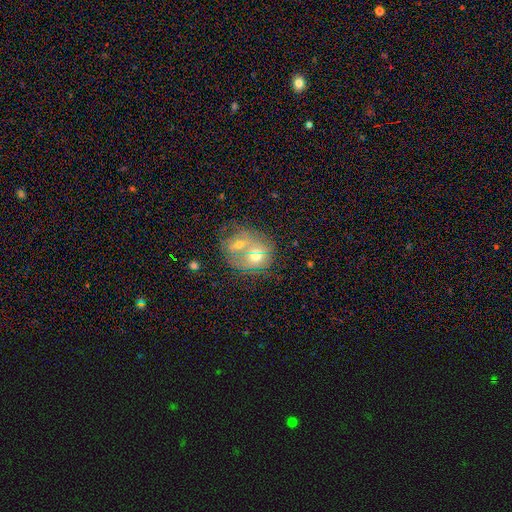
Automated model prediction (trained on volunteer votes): This is possibly a smooth galaxy (50%). Merging: likely merger (63%).